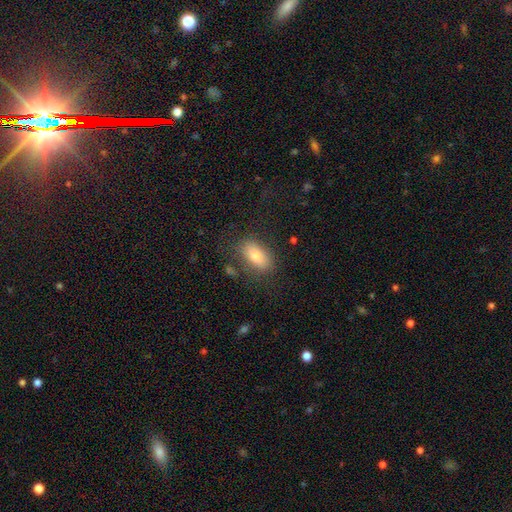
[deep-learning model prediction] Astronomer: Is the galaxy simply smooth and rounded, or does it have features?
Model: smooth — 77%.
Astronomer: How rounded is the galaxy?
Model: in between — 90%.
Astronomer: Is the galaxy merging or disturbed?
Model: none — 76%.